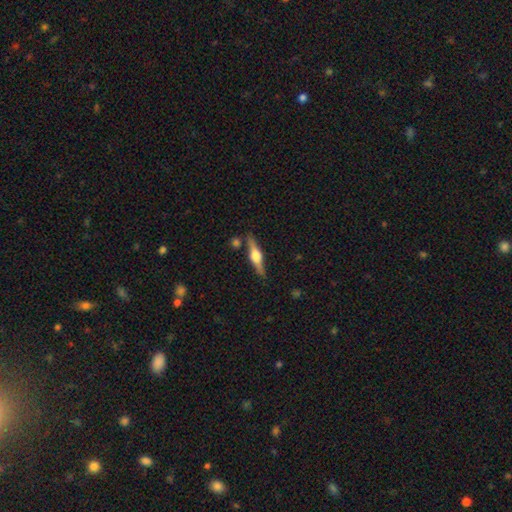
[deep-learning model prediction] A featured or disk galaxy (73%) viewed edge-on (97%) with a rounded central bulge (93%). Merging: none (84%).